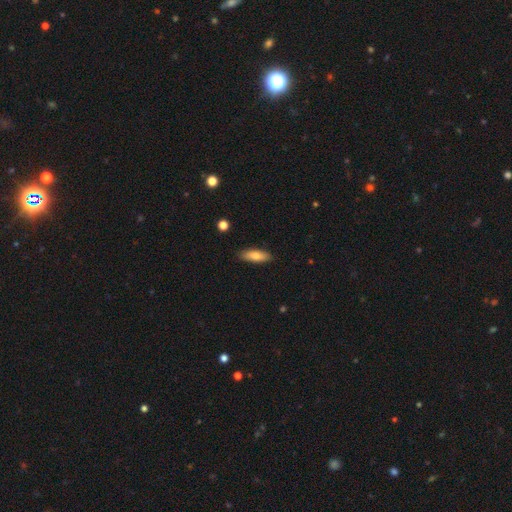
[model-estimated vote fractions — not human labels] The model was most divided on "how rounded": in between: 54%, cigar-shaped: 44%, round: 2%. More confident: merging — none (88%); smooth or featured — smooth (78%).